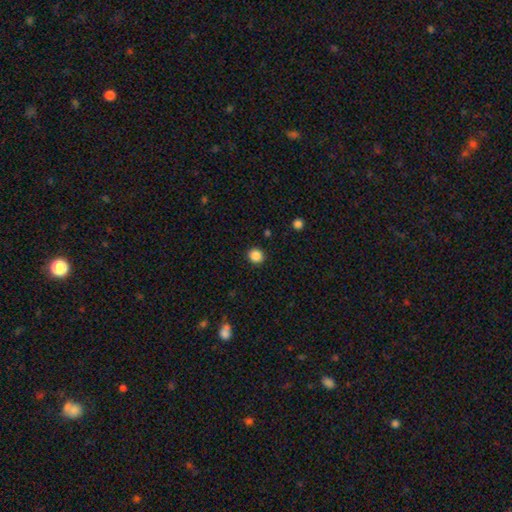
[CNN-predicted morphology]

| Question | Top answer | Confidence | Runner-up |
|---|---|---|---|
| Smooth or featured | smooth | 86% | star or artifact (11%) |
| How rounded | round | 91% | in between (8%) |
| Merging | none | 92% | minor disturbance (5%) |